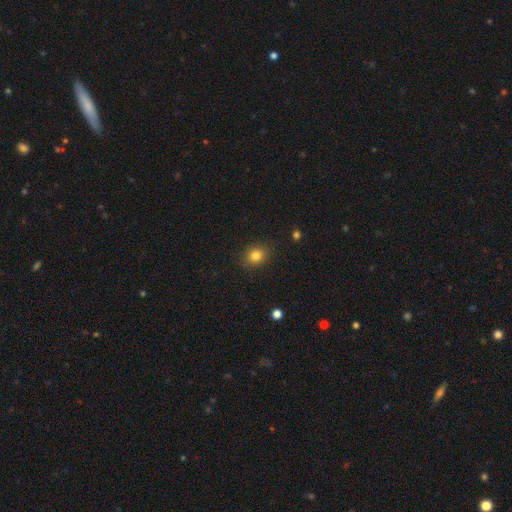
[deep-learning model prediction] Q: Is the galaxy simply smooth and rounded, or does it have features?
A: smooth — 83%.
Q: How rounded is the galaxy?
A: round — 66%.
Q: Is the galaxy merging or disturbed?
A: none — 88%.